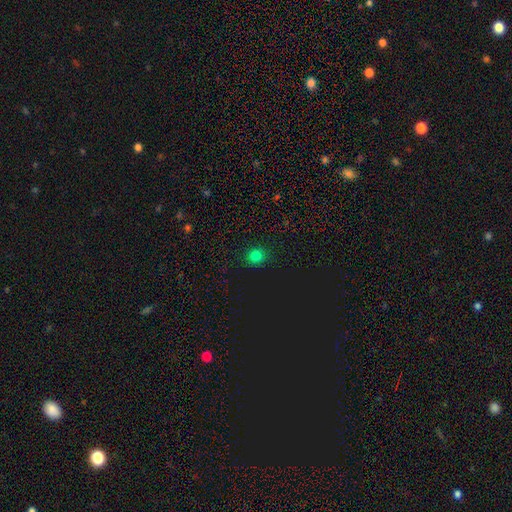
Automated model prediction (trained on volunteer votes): Smooth or featured: smooth — 77% (star or artifact — 19%)
How rounded: round — 87% (in between — 12%)
Merging: none — 90% (minor disturbance — 7%)